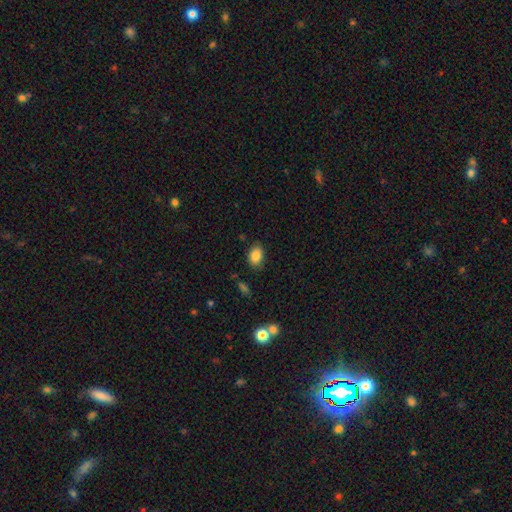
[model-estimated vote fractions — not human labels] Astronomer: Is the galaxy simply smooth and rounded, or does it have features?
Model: smooth — 86%.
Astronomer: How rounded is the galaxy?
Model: in between — 84%.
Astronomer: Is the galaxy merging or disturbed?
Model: none — 84%.